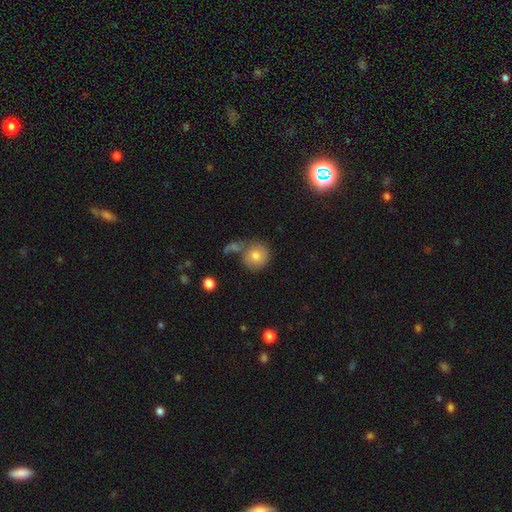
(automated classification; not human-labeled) smooth-or-featured: smooth: 77% | featured or disk: 14% | star or artifact: 9%
  how-rounded: round: 91% | in between: 8% | cigar-shaped: 1%
  merging: none: 60% | merger: 21% | minor disturbance: 14% | major disturbance: 6%